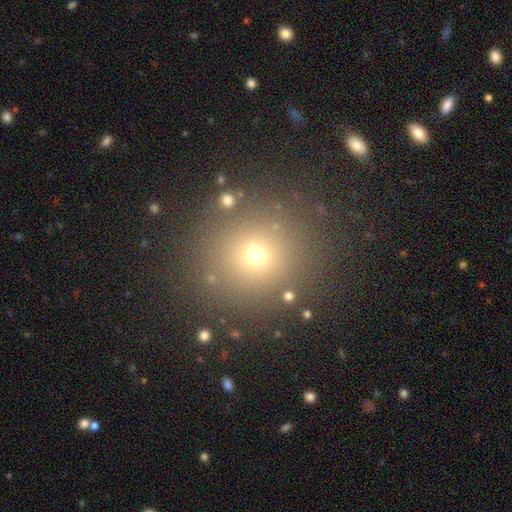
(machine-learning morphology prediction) This appears to be a smooth galaxy with no disk features (65%) that is round (88%). Merging: none (86%).